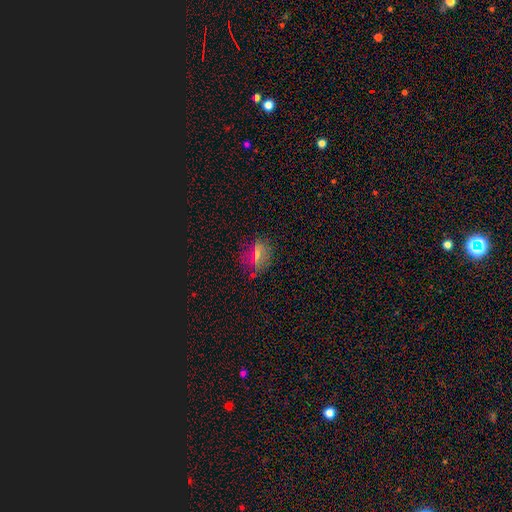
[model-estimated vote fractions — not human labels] Smooth or featured: smooth — 44% (star or artifact — 31%)
Merging: none — 82% (minor disturbance — 12%)